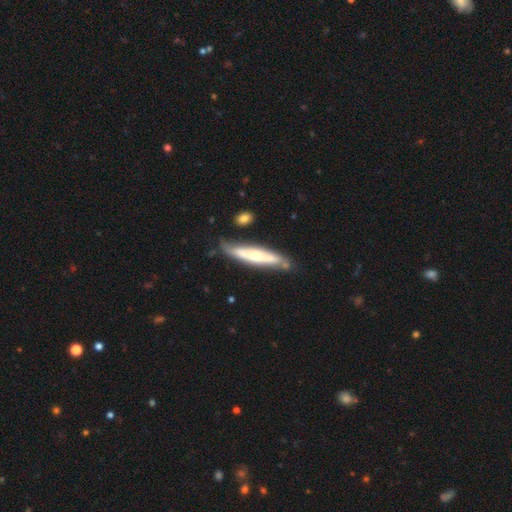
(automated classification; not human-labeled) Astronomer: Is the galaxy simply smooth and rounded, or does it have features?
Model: featured or disk — 58% (runner-up: smooth, 37%).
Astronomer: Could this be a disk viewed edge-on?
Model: yes — 71%.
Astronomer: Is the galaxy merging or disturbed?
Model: none — 70%.